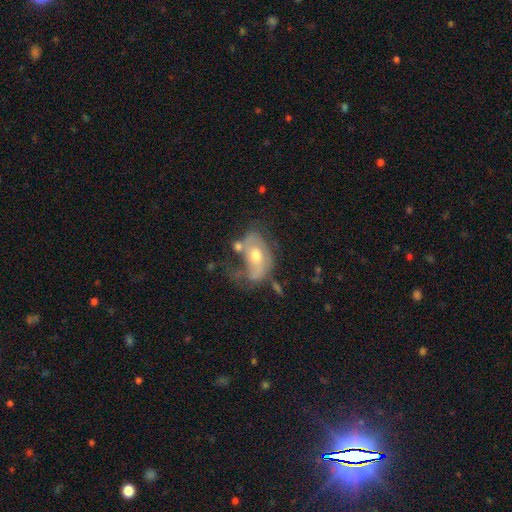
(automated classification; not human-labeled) The model was most divided on "merging": major disturbance: 32%, none: 30%, minor disturbance: 25%, merger: 13%. More confident: edge-on disk — no (94%); bulge size — moderate (71%); spiral arms — yes (66%); smooth or featured — featured or disk (66%); bar — no (61%).